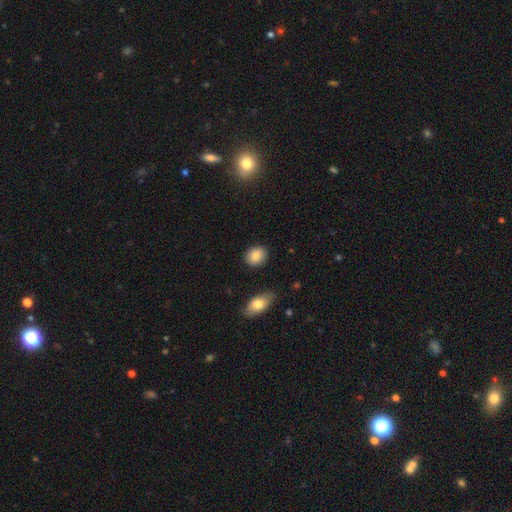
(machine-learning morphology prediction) A smooth galaxy with no disk features (86%) that is in between round and cigar-shaped (51%). Merging: none (88%).